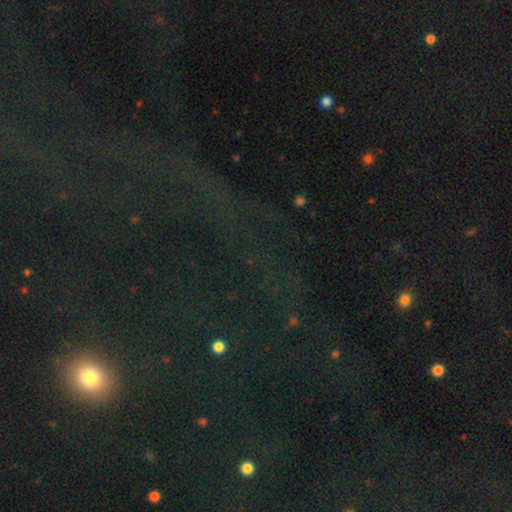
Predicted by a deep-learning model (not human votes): Q: Smooth or featured?
A: star or artifact (72%); runner-up: smooth (18%)